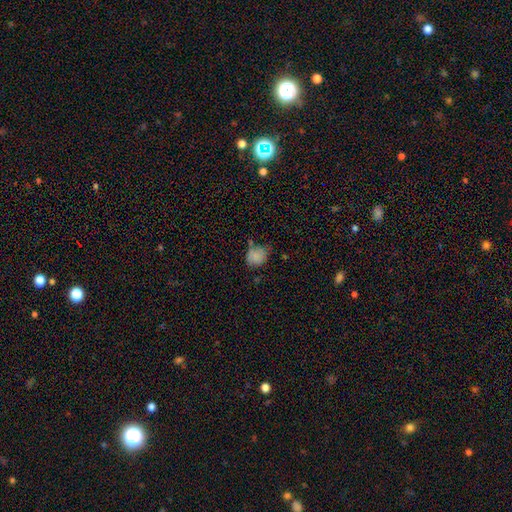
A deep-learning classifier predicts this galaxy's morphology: This is clearly a smooth galaxy (81%). How rounded: likely round (63%). Merging: possibly none (54%).